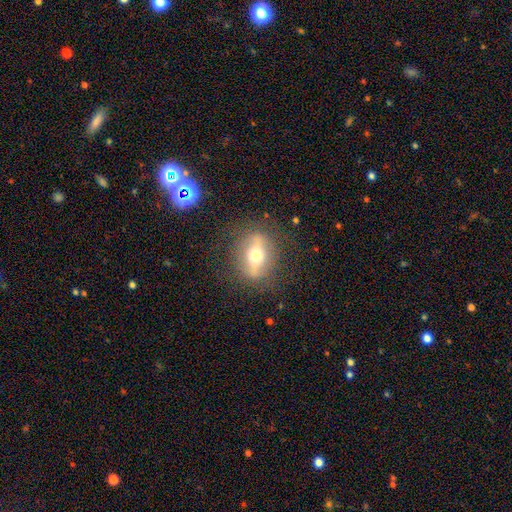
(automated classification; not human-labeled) Smooth or featured?
  - featured or disk: 57% *
  - smooth: 34%
  - star or artifact: 9%
Edge-on disk?
  - no: 64% *
  - yes: 36%
Merging?
  - none: 80% *
  - minor disturbance: 12%
  - major disturbance: 6%
  - merger: 1%